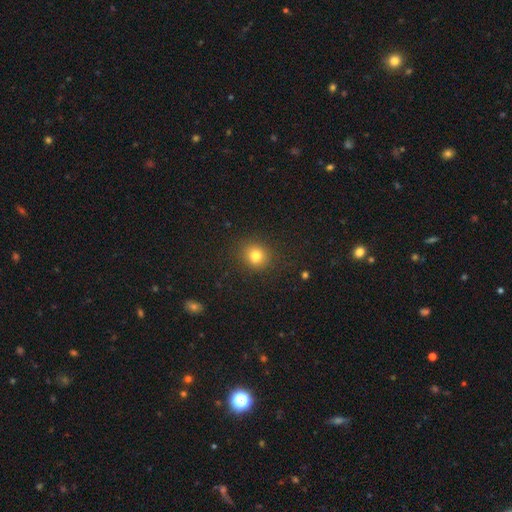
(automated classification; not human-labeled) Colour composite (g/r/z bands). It shows a smooth galaxy with no disk features (80%) that is round (79%). Merging: none (87%).